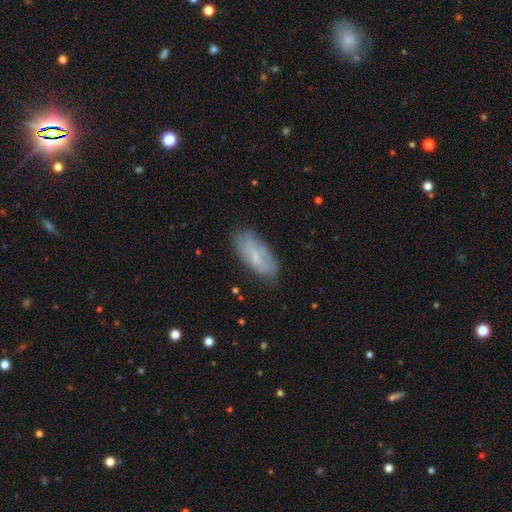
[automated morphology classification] A smooth galaxy with no disk features (61%) that is in between round and cigar-shaped (82%).

Vote fractions:
- Smooth or featured? smooth: 61% / featured or disk: 32% / star or artifact: 8%
- How rounded? in between: 82% / cigar-shaped: 15% / round: 2%
- Merging? none: 72% / minor disturbance: 21% / major disturbance: 5% / merger: 2%